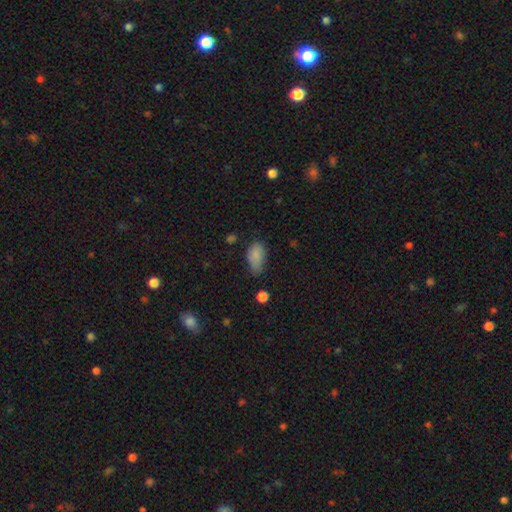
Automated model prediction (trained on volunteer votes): A smooth galaxy with no disk features (84%) that is in between round and cigar-shaped (91%). Merging: none (49%).